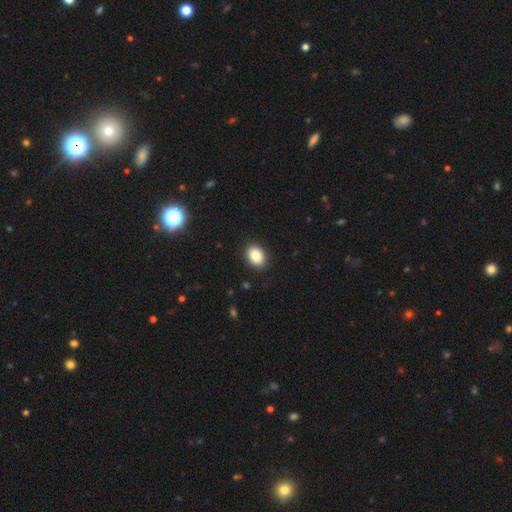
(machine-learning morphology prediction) smooth_or_featured: smooth (p=0.86) [alt: star or artifact p=0.08]
how_rounded: in between (p=0.72) [alt: round p=0.27]
merging: none (p=0.90) [alt: minor disturbance p=0.07]